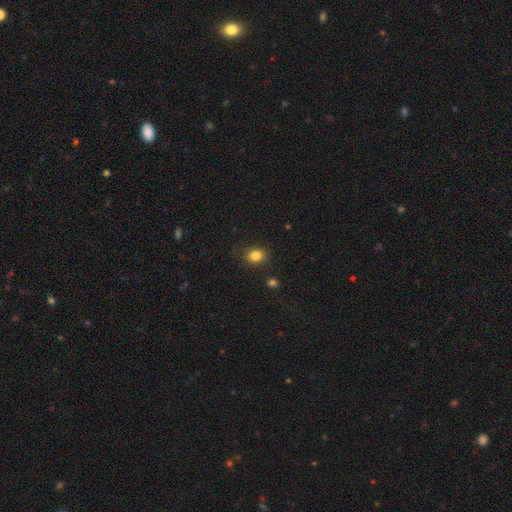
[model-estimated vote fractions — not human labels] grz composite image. It shows a smooth galaxy with no disk features (83%) that is round (51%). Merging: none (83%).